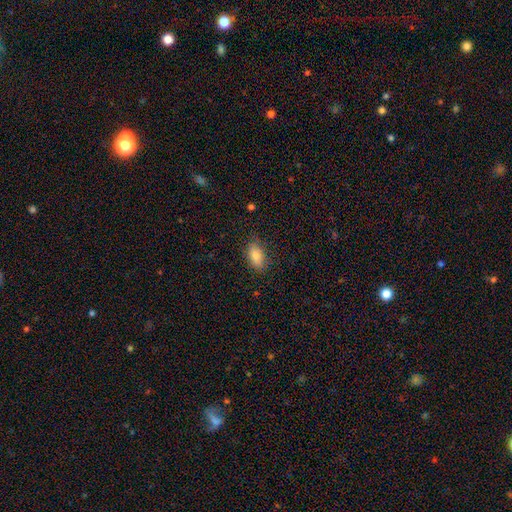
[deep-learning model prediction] A smooth galaxy with no disk features (84%) that is in between round and cigar-shaped (90%).

Vote fractions:
- Smooth or featured? smooth: 84% / featured or disk: 8% / star or artifact: 8%
- How rounded? in between: 90% / cigar-shaped: 5% / round: 5%
- Merging? none: 79% / minor disturbance: 16% / major disturbance: 4% / merger: 1%